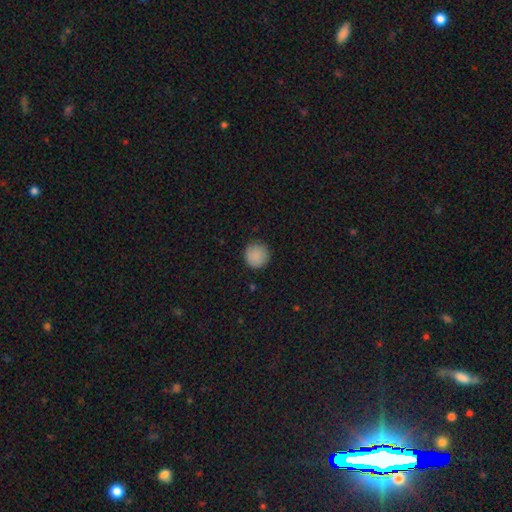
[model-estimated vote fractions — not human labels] Smooth or featured?
  - smooth: 88% *
  - star or artifact: 8%
  - featured or disk: 3%
How rounded?
  - round: 95% *
  - in between: 4%
  - cigar-shaped: 1%
Merging?
  - none: 89% *
  - minor disturbance: 8%
  - major disturbance: 2%
  - merger: 1%